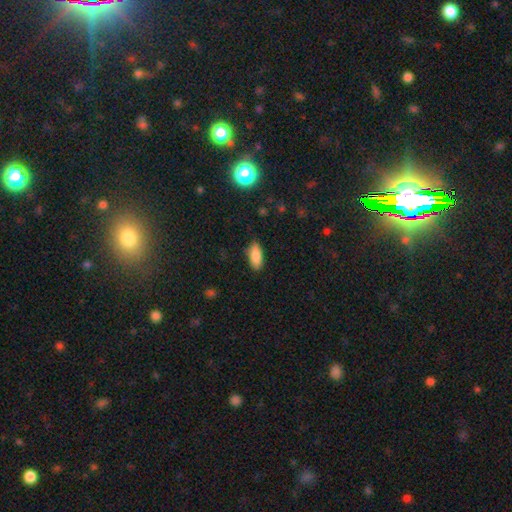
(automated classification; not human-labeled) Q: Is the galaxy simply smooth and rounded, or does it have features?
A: smooth — 87%.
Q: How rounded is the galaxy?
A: in between — 85%.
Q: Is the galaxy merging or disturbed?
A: none — 85%.